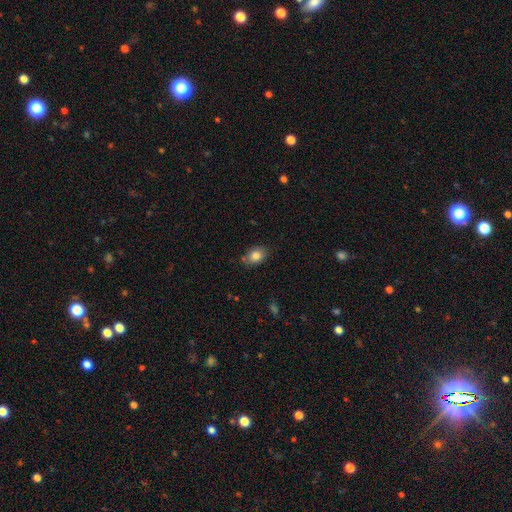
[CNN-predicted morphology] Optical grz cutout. It shows a smooth galaxy with no disk features (83%) that is in between round and cigar-shaped (76%). Merging: none (78%).